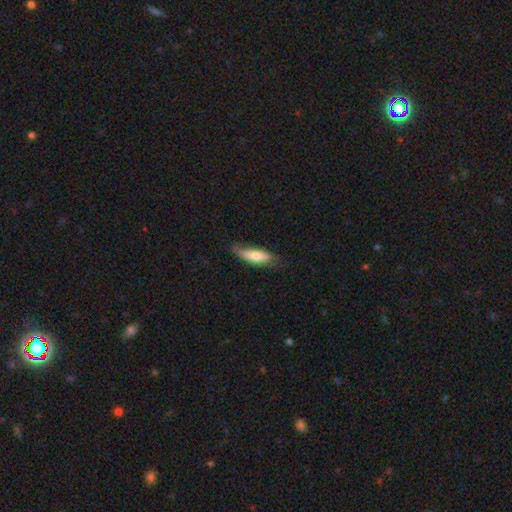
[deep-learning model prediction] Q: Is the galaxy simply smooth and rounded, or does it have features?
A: smooth — 65%.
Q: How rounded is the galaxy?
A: in between — 54%.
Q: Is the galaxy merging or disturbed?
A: none — 63%.